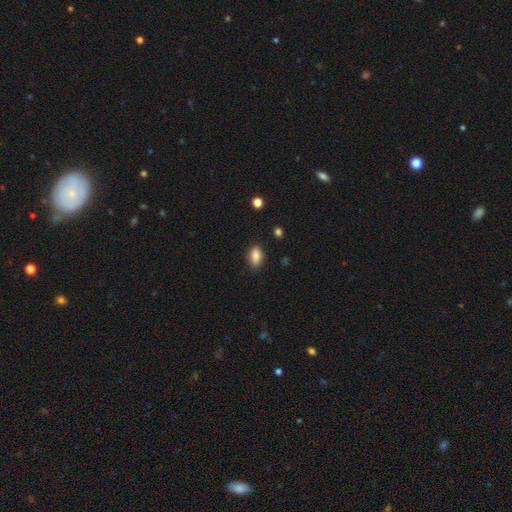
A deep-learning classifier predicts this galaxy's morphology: Overall: smooth (86%). How rounded: in between (88%). Merging: none (83%).